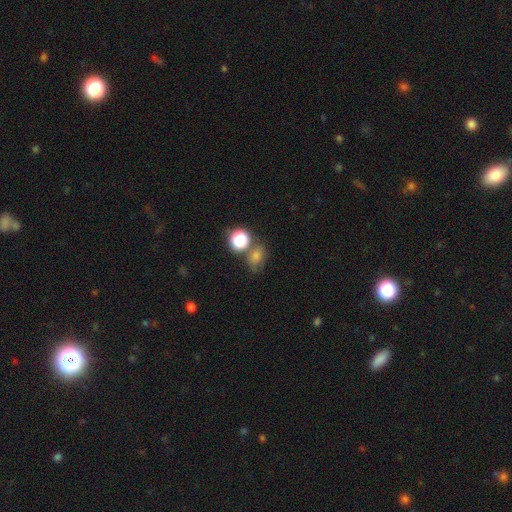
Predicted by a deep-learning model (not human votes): Smooth or featured? Predicted: smooth (p=0.71). How rounded? Predicted: in between (p=0.52). Merging? Predicted: none (p=0.57).